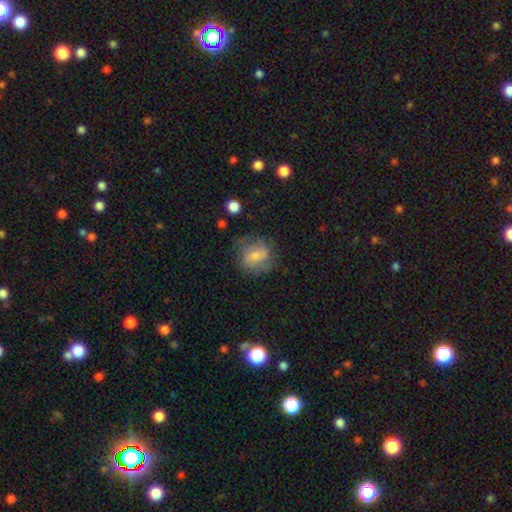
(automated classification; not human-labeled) Smooth or featured? Predicted: smooth (p=0.48). Merging? Predicted: none (p=0.60).